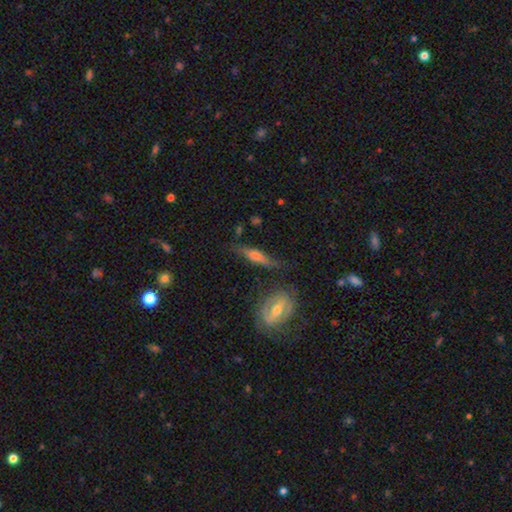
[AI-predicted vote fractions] Smooth or featured? Predicted: featured or disk (p=0.54). Edge-on disk? Predicted: yes (p=0.77). Merging? Predicted: none (p=0.66).